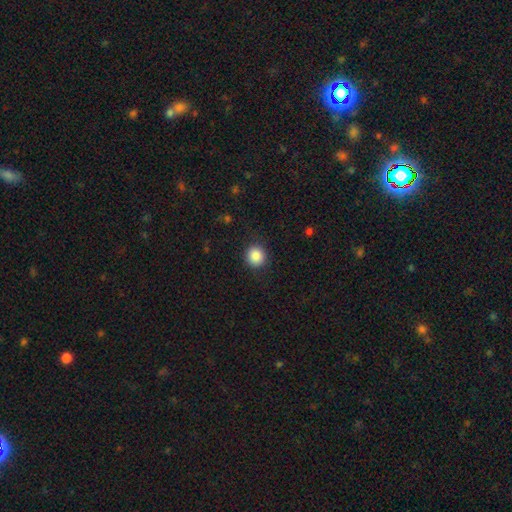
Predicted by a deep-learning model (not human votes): Smooth or featured? Predicted: smooth (p=0.87). How rounded? Predicted: round (p=0.92). Merging? Predicted: none (p=0.89).